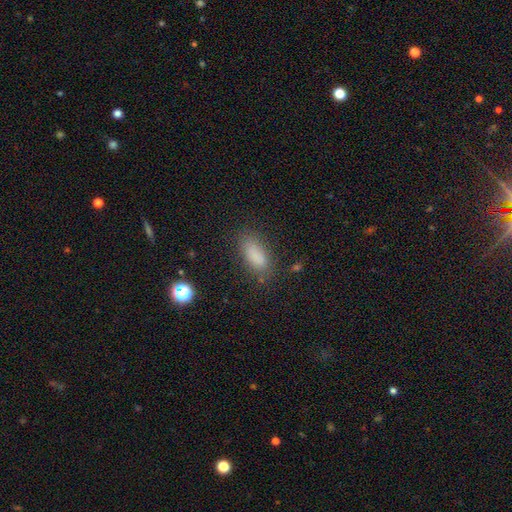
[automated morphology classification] The model was most divided on "merging": none: 78%, minor disturbance: 15%, major disturbance: 5%, merger: 2%. More confident: smooth or featured — smooth (84%); how rounded — in between (83%).